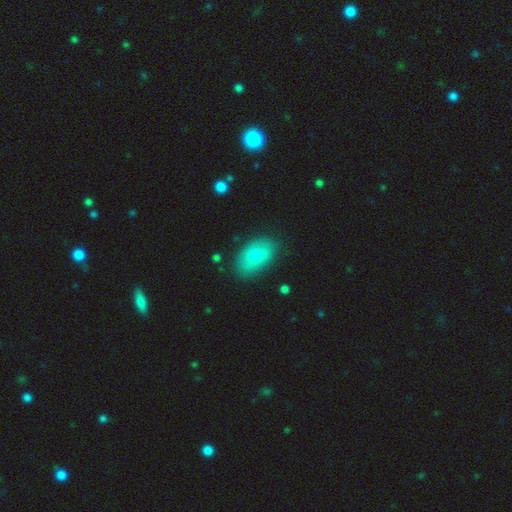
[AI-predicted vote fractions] This is likely a smooth galaxy (77%). How rounded: clearly in between (92%). Merging: clearly none (81%).